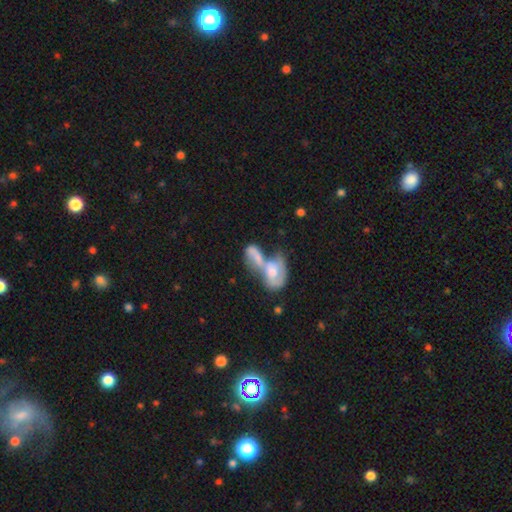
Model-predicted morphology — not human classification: Smooth or featured? Predicted: smooth (p=0.54). How rounded? Predicted: in between (p=0.85). Merging? Predicted: merger (p=0.78).